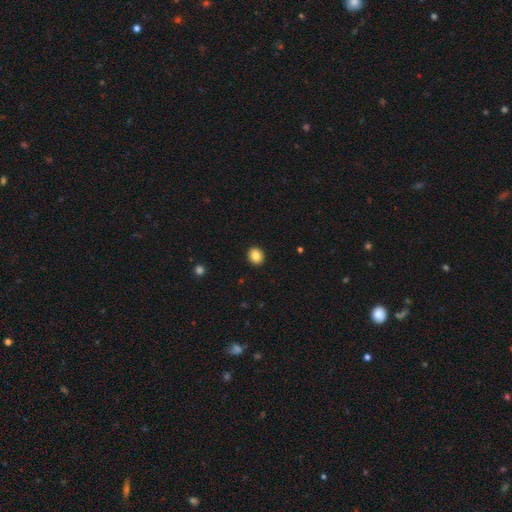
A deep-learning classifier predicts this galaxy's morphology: A smooth galaxy with no disk features (86%) that is round (70%). Merging: none (92%).